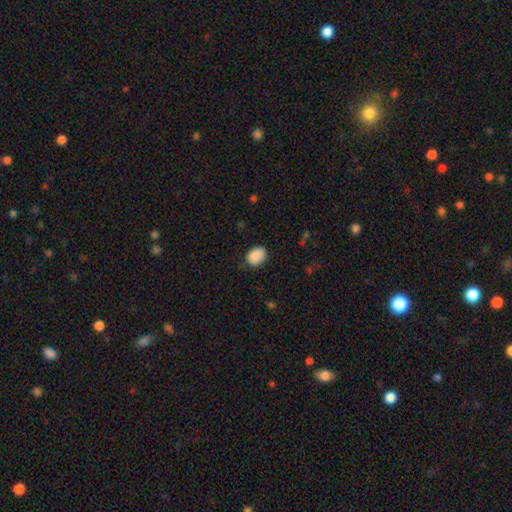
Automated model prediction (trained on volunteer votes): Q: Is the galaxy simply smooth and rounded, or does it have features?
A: smooth — 89%.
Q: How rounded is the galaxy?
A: in between — 66%.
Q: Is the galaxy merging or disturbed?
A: none — 77%.